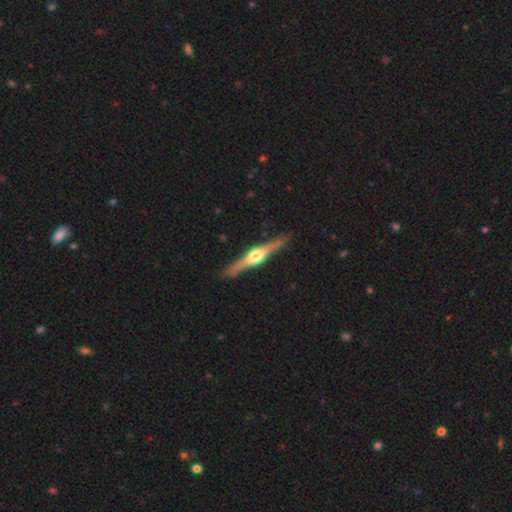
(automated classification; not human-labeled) A featured or disk galaxy (82%) viewed edge-on (98%) with a rounded central bulge (94%).

Vote fractions:
- Smooth or featured? featured or disk: 82% / smooth: 13% / star or artifact: 5%
- Edge-on disk? yes: 98% / no: 2%
- Edge-on bulge? rounded: 94% / boxy: 4% / none: 2%
- Merging? none: 90% / minor disturbance: 7% / major disturbance: 1% / merger: 1%